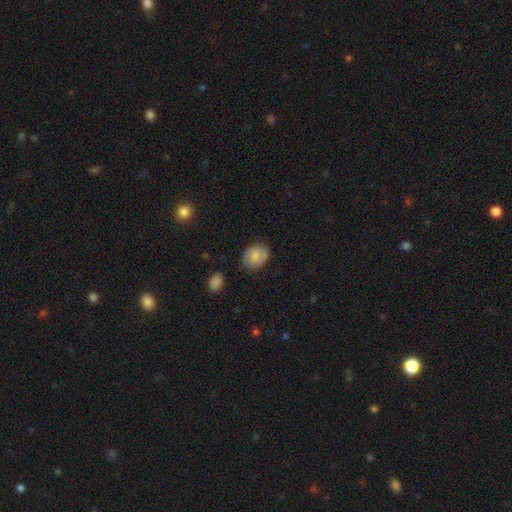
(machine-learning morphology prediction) A smooth galaxy with no disk features (68%) that is in between round and cigar-shaped (53%). Merging: none (74%).